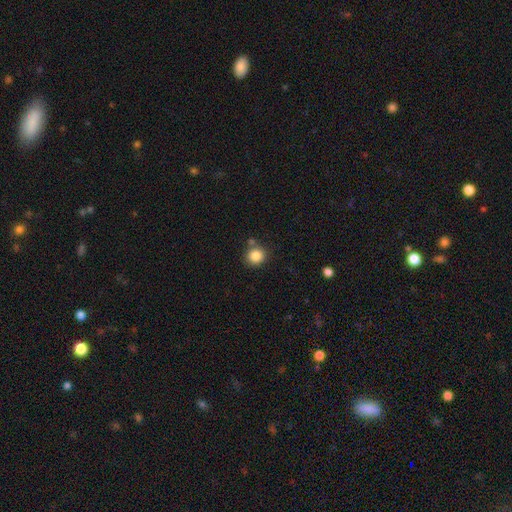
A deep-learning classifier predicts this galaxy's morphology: smooth_or_featured: smooth (p=0.85) [alt: star or artifact p=0.10]
how_rounded: round (p=0.88) [alt: in between p=0.11]
merging: none (p=0.76) [alt: minor disturbance p=0.11]